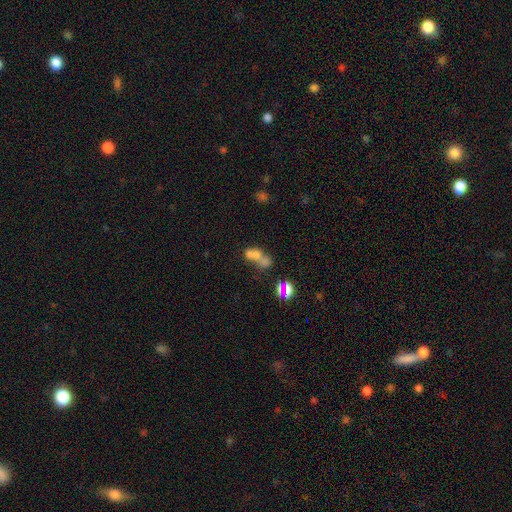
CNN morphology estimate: Smooth or featured: smooth — 55% (featured or disk — 26%)
How rounded: in between — 53% (round — 42%)
Merging: merger — 66% (none — 20%)